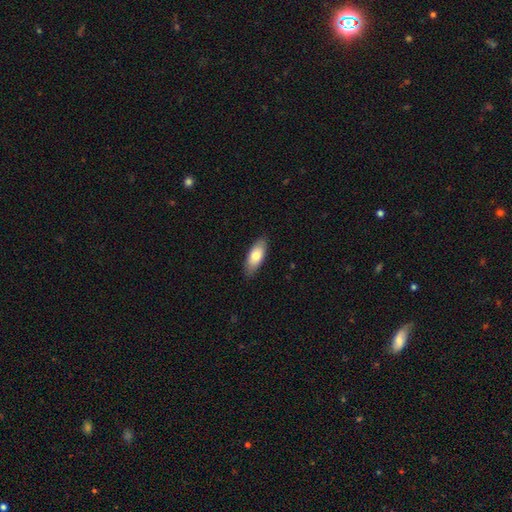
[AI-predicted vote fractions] Smooth or featured: smooth — 78% (featured or disk — 17%)
How rounded: in between — 79% (cigar-shaped — 19%)
Merging: none — 86% (minor disturbance — 11%)